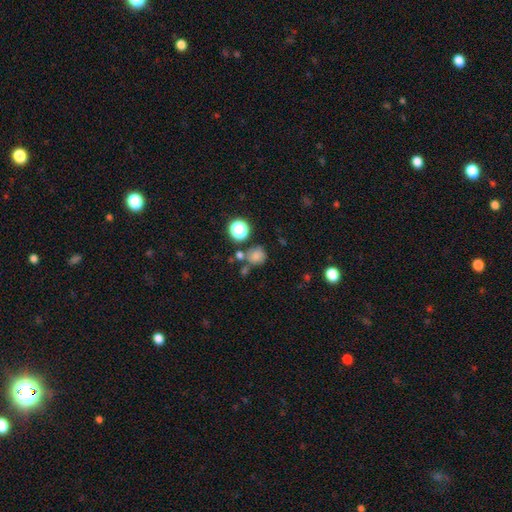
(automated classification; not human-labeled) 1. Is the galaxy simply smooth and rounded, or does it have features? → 74% smooth, 18% star or artifact, 8% featured or disk.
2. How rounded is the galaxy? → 82% round, 17% in between, 1% cigar-shaped.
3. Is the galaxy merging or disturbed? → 58% none, 21% merger, 14% minor disturbance, 6% major disturbance.